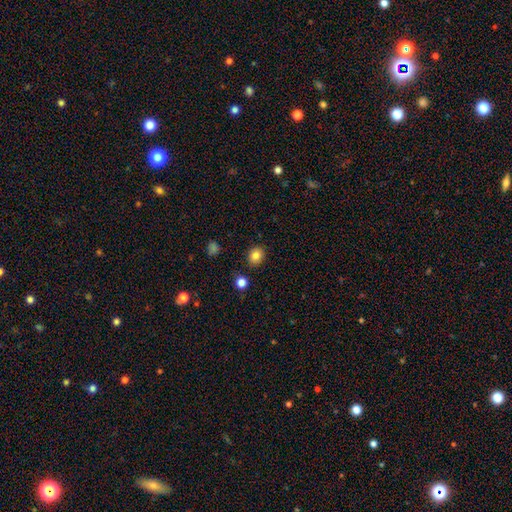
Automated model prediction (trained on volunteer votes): smooth_or_featured: smooth (p=0.83) [alt: star or artifact p=0.11]
how_rounded: round (p=0.67) [alt: in between p=0.32]
merging: none (p=0.87) [alt: minor disturbance p=0.08]